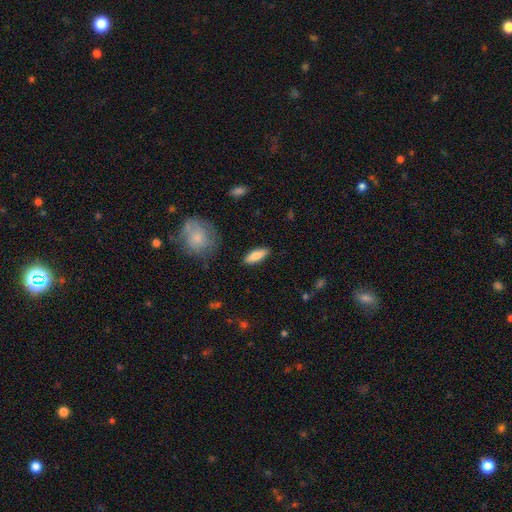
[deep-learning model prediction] smooth-or-featured: smooth: 77% | featured or disk: 17% | star or artifact: 6%
  how-rounded: in between: 59% | cigar-shaped: 39% | round: 2%
  merging: none: 87% | minor disturbance: 9% | major disturbance: 2% | merger: 1%